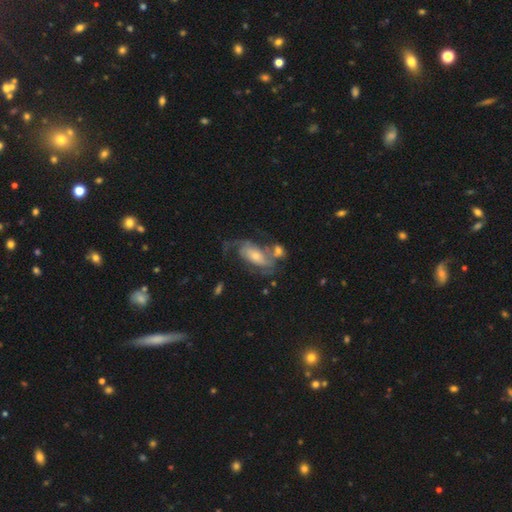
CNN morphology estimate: A featured or disk galaxy (71%) with no bar (61%), 2 (56%) medium (40%) spiral arms (88%) and a small central bulge (42%, tied with moderate). Merging: none (34%).